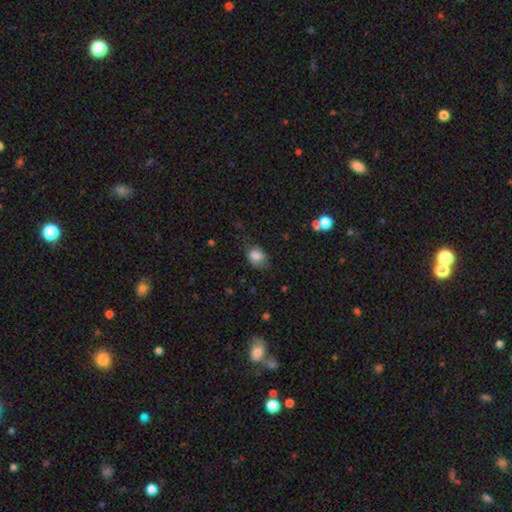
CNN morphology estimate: This appears to be a smooth galaxy with no disk features (81%) that is in between round and cigar-shaped (61%). Merging: none (52%).